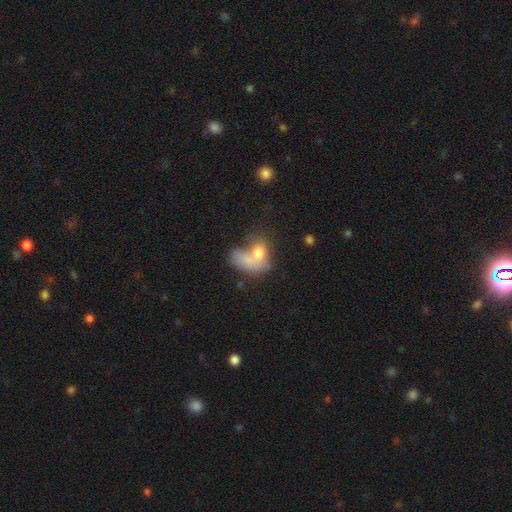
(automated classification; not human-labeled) Smooth or featured? Predicted: smooth (p=0.71). How rounded? Predicted: in between (p=0.74). Merging? Predicted: merger (p=0.59).